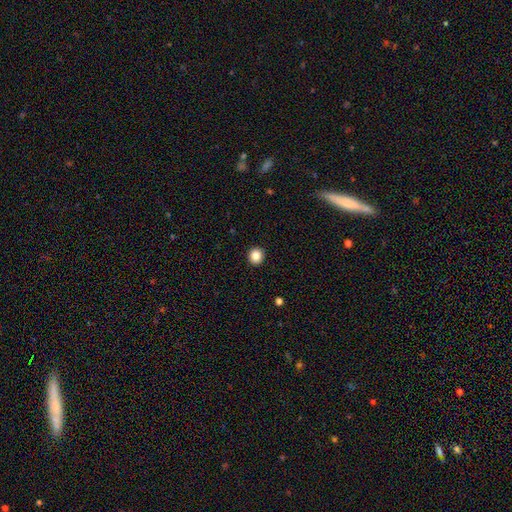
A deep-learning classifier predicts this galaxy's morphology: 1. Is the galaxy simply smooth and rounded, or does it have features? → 86% smooth, 10% star or artifact, 4% featured or disk.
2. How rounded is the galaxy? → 91% round, 8% in between, 1% cigar-shaped.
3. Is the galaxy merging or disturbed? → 93% none, 4% minor disturbance, 2% major disturbance, 1% merger.